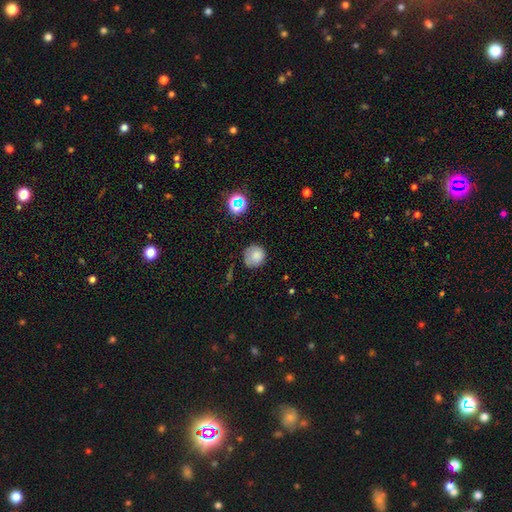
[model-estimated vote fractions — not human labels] Smooth or featured?
  - smooth: 79% *
  - star or artifact: 11%
  - featured or disk: 9%
How rounded?
  - round: 92% *
  - in between: 7%
  - cigar-shaped: 1%
Merging?
  - none: 74% *
  - minor disturbance: 19%
  - major disturbance: 5%
  - merger: 2%